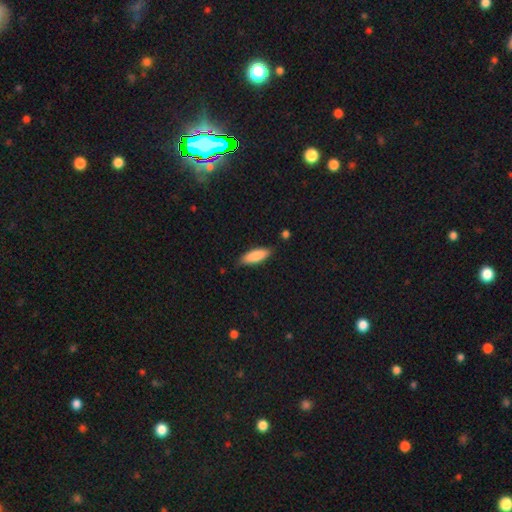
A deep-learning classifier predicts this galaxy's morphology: A smooth galaxy with no disk features (86%) that is in between round and cigar-shaped (61%).

Vote fractions:
- Smooth or featured? smooth: 86% / featured or disk: 8% / star or artifact: 6%
- How rounded? in between: 61% / cigar-shaped: 38% / round: 2%
- Merging? none: 81% / minor disturbance: 15% / major disturbance: 2% / merger: 2%